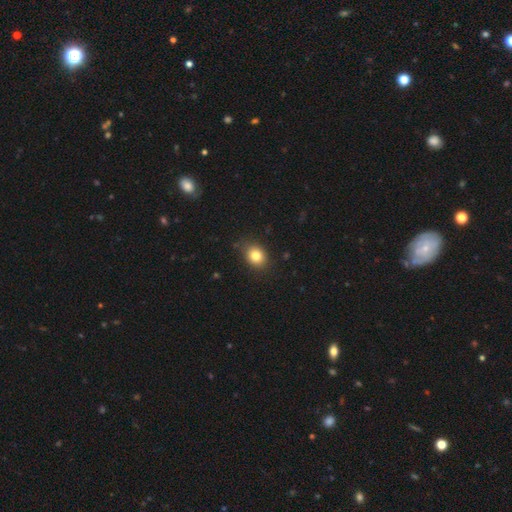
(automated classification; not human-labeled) This is clearly a smooth galaxy (81%). How rounded: possibly round (56%). Merging: clearly none (82%).